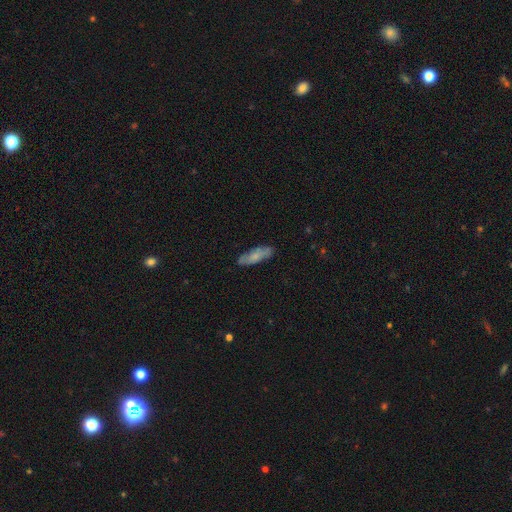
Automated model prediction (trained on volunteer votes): Smooth or featured? Predicted: smooth (p=0.67). How rounded? Predicted: in between (p=0.51). Merging? Predicted: none (p=0.83).